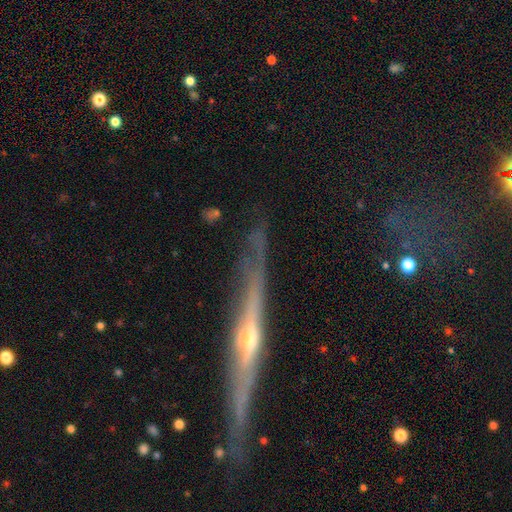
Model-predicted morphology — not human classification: smooth-or-featured: featured or disk: 79% | smooth: 13% | star or artifact: 8%
  disk-edge-on: yes: 94% | no: 6%
    edge-on-bulge: rounded: 74% | none: 21% | boxy: 5%
  merging: none: 82% | minor disturbance: 13% | major disturbance: 3% | merger: 2%